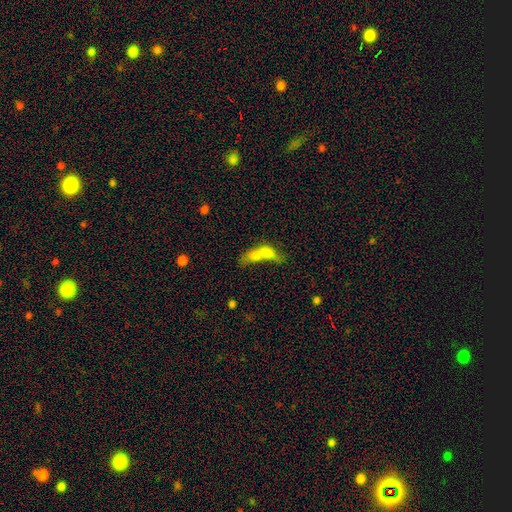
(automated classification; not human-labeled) Smooth or featured? smooth (67%)
How rounded? in between (69%)
Merging? merger (71%)